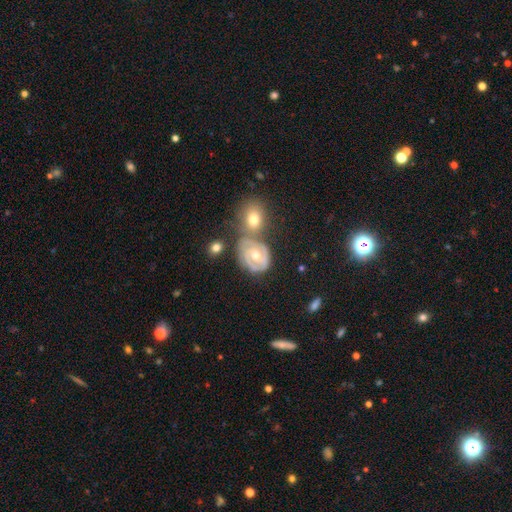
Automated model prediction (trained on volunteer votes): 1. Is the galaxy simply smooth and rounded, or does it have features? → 74% featured or disk, 19% smooth, 6% star or artifact.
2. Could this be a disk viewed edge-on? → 97% no, 3% yes.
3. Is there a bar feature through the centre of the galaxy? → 65% no, 27% weak, 8% strong.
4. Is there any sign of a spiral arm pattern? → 83% yes, 17% no.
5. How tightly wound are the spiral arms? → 68% tight, 26% medium, 6% loose.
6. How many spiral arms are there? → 52% 2, 25% can't tell, 11% 3, 8% 1, 3% 4, 2% more than 4.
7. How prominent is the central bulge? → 73% moderate, 20% small, 4% large, 1% none, 1% dominant.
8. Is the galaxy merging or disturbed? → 45% none, 30% merger, 17% minor disturbance, 8% major disturbance.